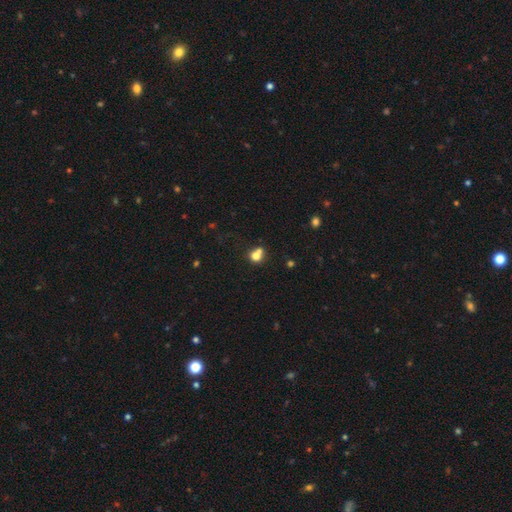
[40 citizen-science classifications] Morphology: type=smooth (88%); roundness=round (83%); merging=merger (54%).